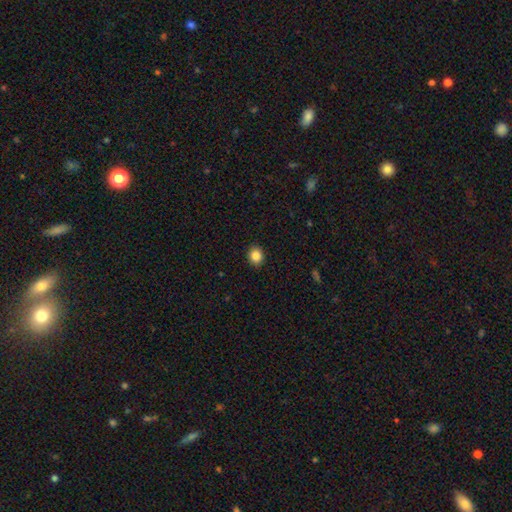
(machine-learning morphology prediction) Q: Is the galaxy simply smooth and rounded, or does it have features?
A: smooth — 86%.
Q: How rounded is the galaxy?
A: round — 67%.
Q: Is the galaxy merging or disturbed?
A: none — 90%.